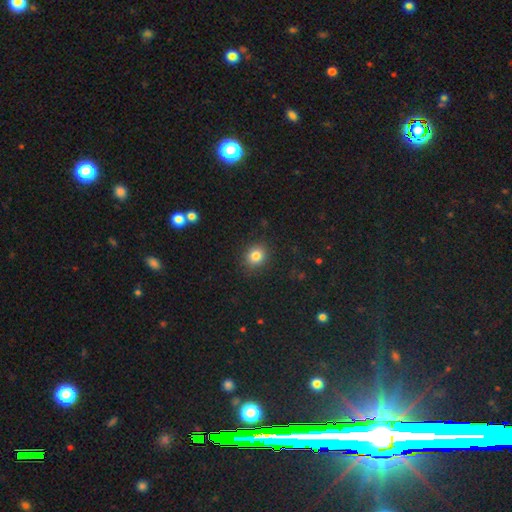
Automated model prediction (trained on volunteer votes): Overall: smooth (82%). How rounded: round (75%). Merging: none (89%).